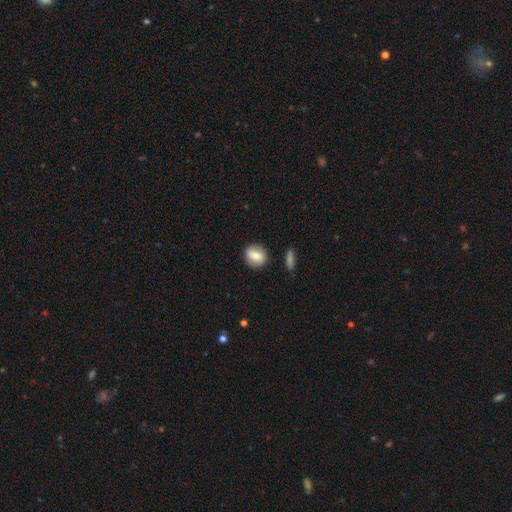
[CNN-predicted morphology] type=smooth (71%); roundness=round (70%); merging=none (85%).